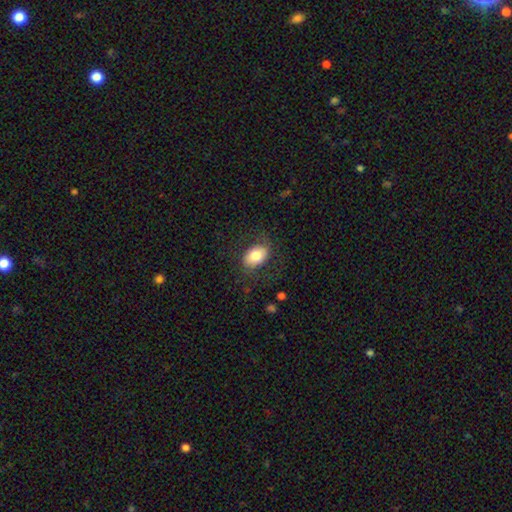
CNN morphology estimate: smooth_or_featured: smooth (p=0.75) [alt: featured or disk p=0.18]
how_rounded: in between (p=0.83) [alt: round p=0.16]
merging: none (p=0.72) [alt: minor disturbance p=0.16]